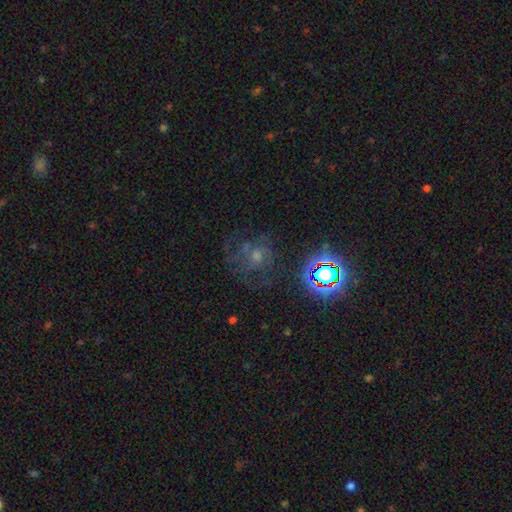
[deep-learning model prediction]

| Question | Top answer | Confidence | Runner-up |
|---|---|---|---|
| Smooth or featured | featured or disk | 38% | star or artifact (33%) |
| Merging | none | 58% | major disturbance (20%) |